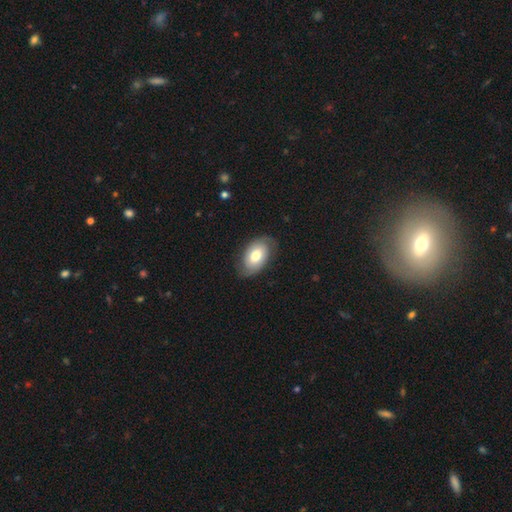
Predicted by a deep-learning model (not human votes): Smooth or featured: smooth — 53% (featured or disk — 41%)
How rounded: in between — 91% (round — 8%)
Merging: none — 77% (minor disturbance — 17%)